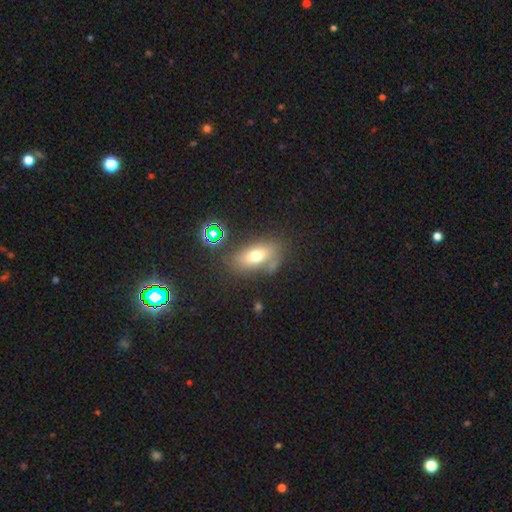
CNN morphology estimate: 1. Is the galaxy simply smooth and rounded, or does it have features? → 64% smooth, 20% featured or disk, 16% star or artifact.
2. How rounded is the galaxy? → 82% in between, 11% round, 7% cigar-shaped.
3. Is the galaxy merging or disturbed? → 68% none, 16% minor disturbance, 9% merger, 7% major disturbance.